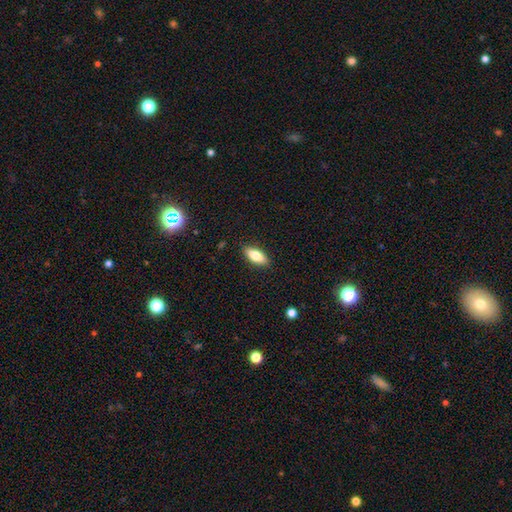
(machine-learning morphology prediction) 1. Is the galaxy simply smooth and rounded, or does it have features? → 80% smooth, 14% featured or disk, 7% star or artifact.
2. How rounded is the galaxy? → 81% in between, 17% cigar-shaped, 2% round.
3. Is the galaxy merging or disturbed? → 88% none, 9% minor disturbance, 2% major disturbance, 1% merger.